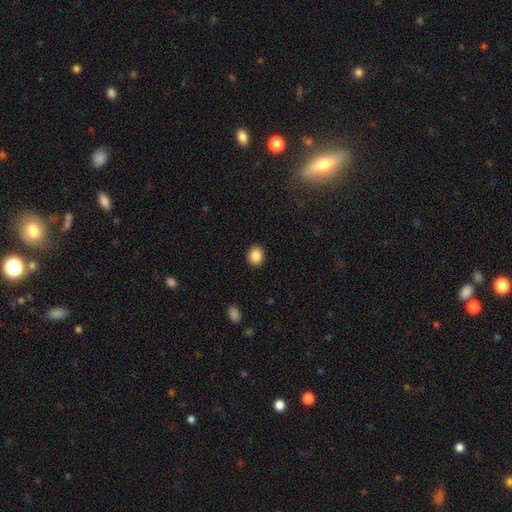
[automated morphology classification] Smooth or featured? Predicted: smooth (p=0.88). How rounded? Predicted: round (p=0.64). Merging? Predicted: none (p=0.90).